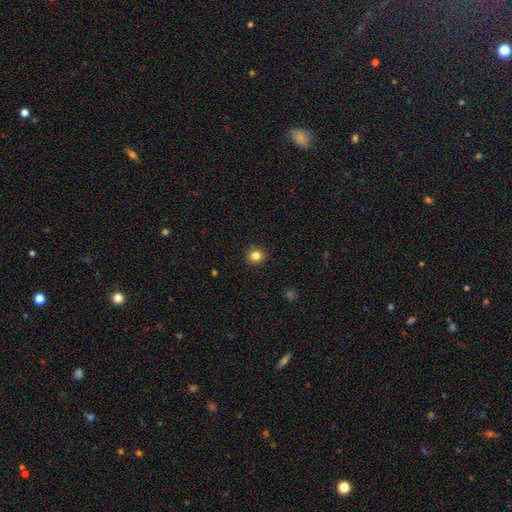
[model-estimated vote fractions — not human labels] A smooth galaxy with no disk features (82%) that is round (87%). Merging: none (90%).